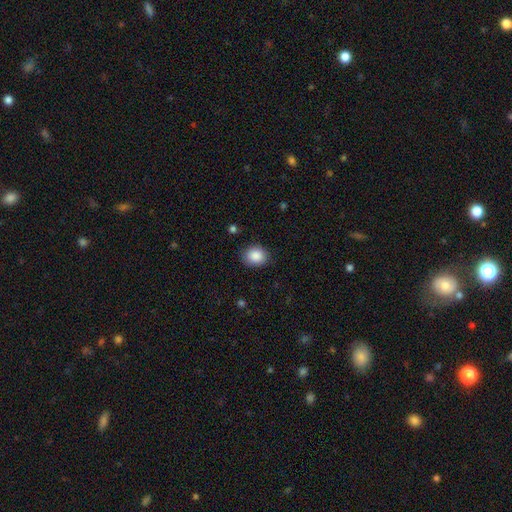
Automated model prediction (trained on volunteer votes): Morphology: type=smooth (88%); roundness=round (58%); merging=none (85%).